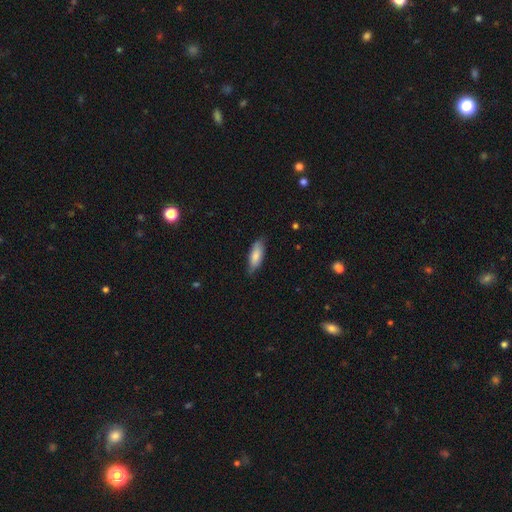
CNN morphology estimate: smooth-or-featured: smooth: 80% | featured or disk: 15% | star or artifact: 6%
  how-rounded: in between: 69% | cigar-shaped: 29% | round: 2%
  merging: none: 76% | minor disturbance: 20% | major disturbance: 3% | merger: 1%